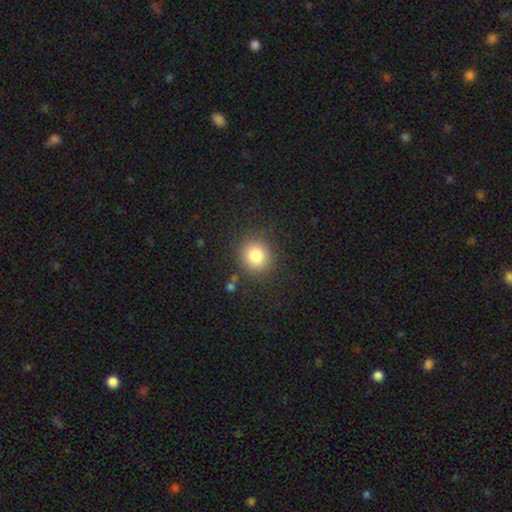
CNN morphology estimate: This appears to be a smooth galaxy with no disk features (82%) that is round (88%). Merging: none (86%).